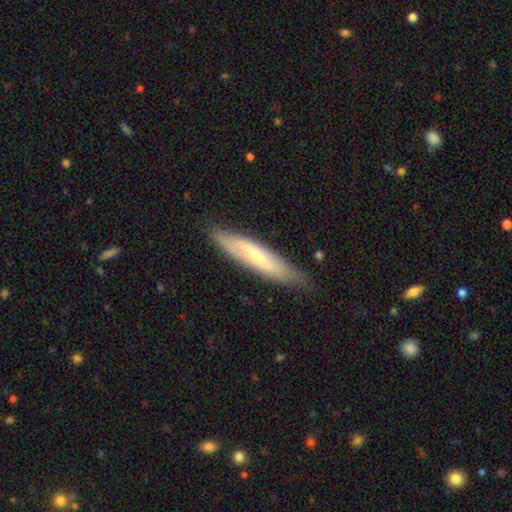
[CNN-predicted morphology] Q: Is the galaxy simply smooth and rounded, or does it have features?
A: featured or disk — 53%.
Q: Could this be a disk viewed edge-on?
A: yes — 55%.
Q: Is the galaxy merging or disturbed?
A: none — 79%.